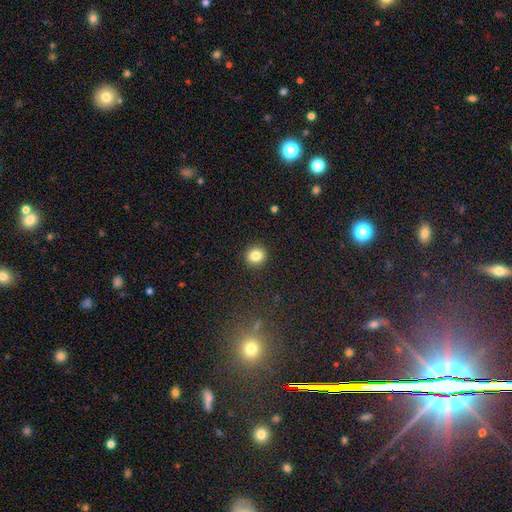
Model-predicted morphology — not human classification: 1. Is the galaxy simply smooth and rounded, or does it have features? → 83% smooth, 11% star or artifact, 6% featured or disk.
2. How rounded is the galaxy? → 88% round, 11% in between, 1% cigar-shaped.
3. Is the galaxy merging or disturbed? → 92% none, 5% minor disturbance, 2% major disturbance, 1% merger.